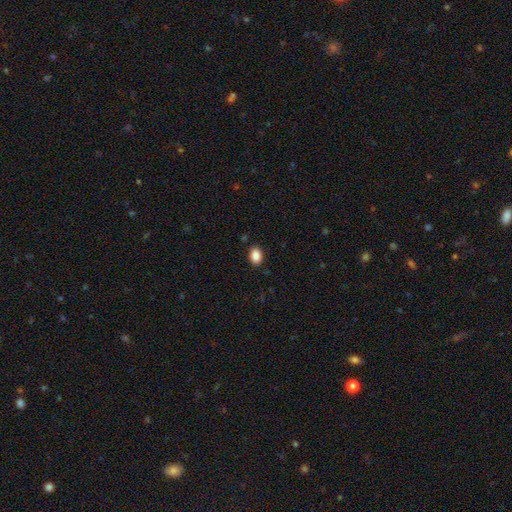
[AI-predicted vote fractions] This is clearly a smooth galaxy (89%). How rounded: likely in between (75%). Merging: clearly none (88%).